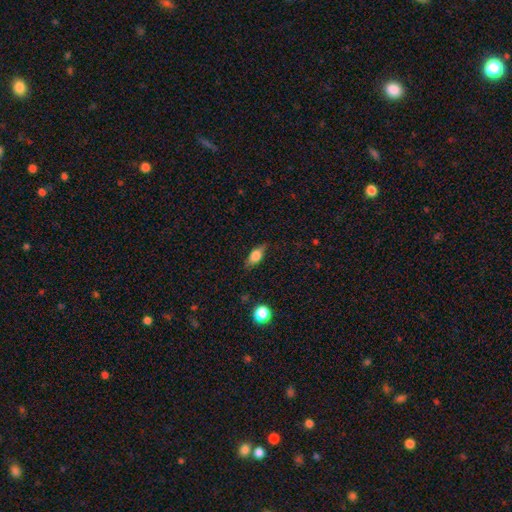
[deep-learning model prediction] smooth-or-featured: smooth: 65% | featured or disk: 26% | star or artifact: 9%
  how-rounded: in between: 74% | cigar-shaped: 14% | round: 11%
  merging: none: 77% | minor disturbance: 17% | major disturbance: 5% | merger: 1%